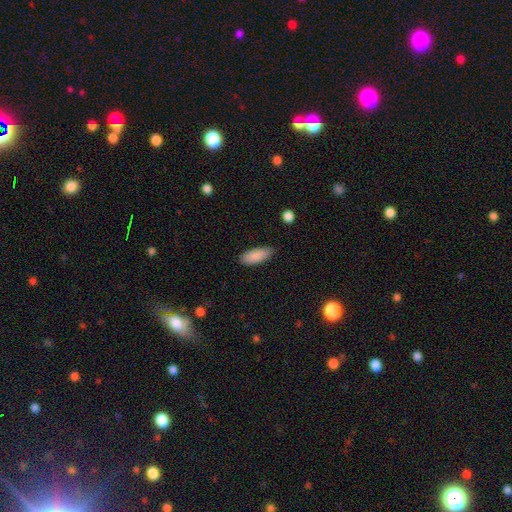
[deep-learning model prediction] A smooth galaxy with no disk features (88%) that is in between round and cigar-shaped (76%). Merging: none (83%).